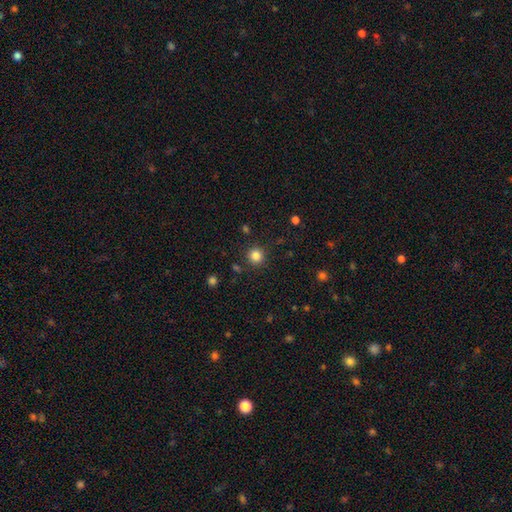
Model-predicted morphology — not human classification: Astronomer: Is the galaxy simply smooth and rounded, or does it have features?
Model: smooth — 83%.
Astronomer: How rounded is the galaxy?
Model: round — 94%.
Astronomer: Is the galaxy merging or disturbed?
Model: none — 89%.